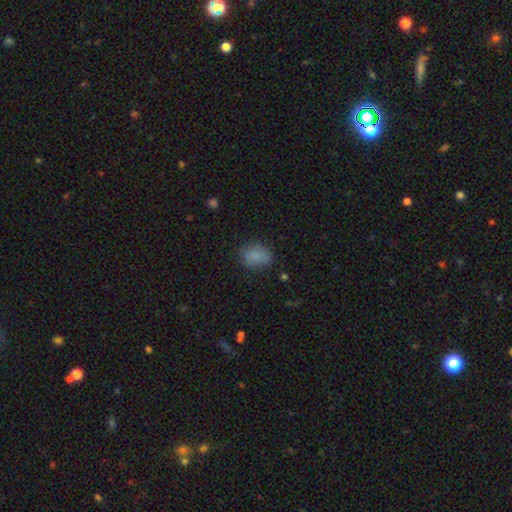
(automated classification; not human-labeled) Morphology: type=smooth (83%); roundness=in between (68%); merging=none (75%).